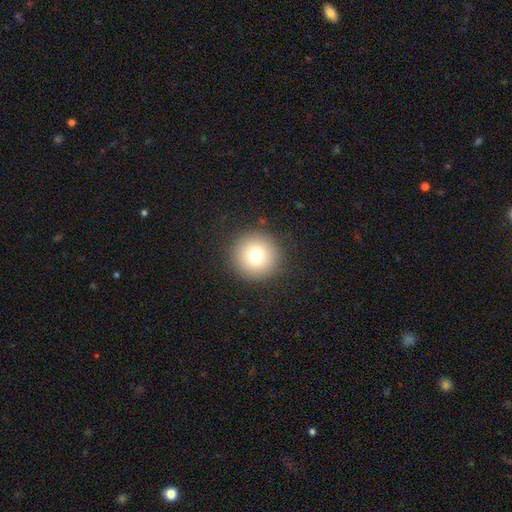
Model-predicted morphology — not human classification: This appears to be a smooth galaxy with no disk features (77%) that is round (96%). Merging: none (90%).